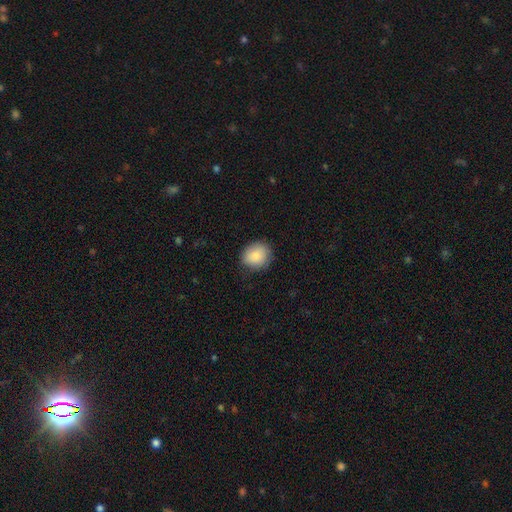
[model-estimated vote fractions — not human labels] Overall: smooth (86%). How rounded: round (69%; in between 30%). Merging: none (80%).